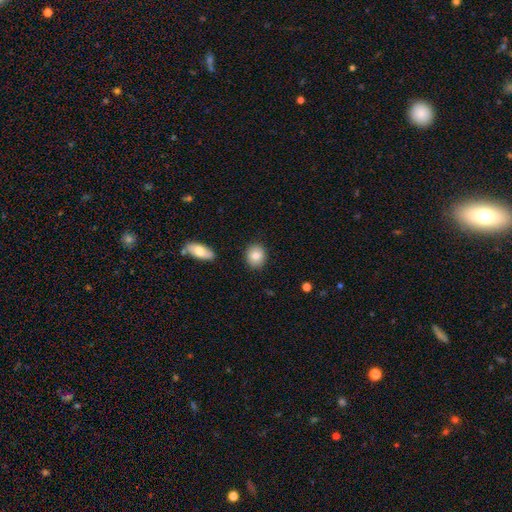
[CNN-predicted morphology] Smooth or featured: smooth — 83% (featured or disk — 9%)
How rounded: round — 69% (in between — 29%)
Merging: none — 88% (minor disturbance — 8%)